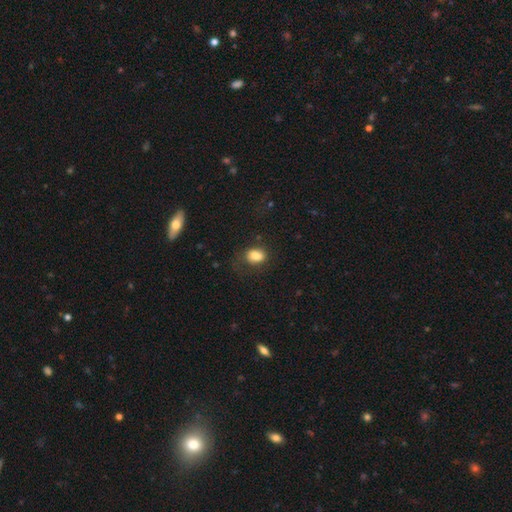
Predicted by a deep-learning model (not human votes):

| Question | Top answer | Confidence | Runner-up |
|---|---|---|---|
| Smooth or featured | smooth | 81% | star or artifact (10%) |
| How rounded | in between | 70% | round (29%) |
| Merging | none | 58% | minor disturbance (23%) |